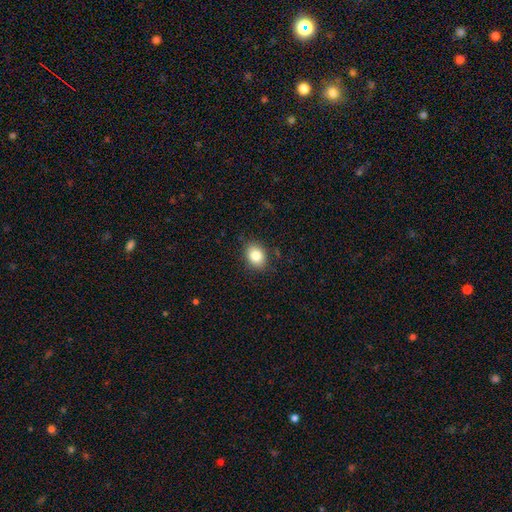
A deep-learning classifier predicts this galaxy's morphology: A smooth galaxy with no disk features (83%) that is in between round and cigar-shaped (59%). Merging: none (86%).